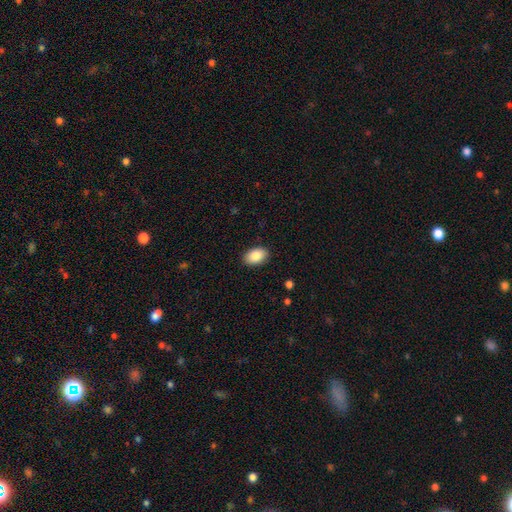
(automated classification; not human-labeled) smooth 88%, star or artifact 7%, featured or disk 6%. Down the decision tree: how rounded — in between (89%); merging — none (89%).